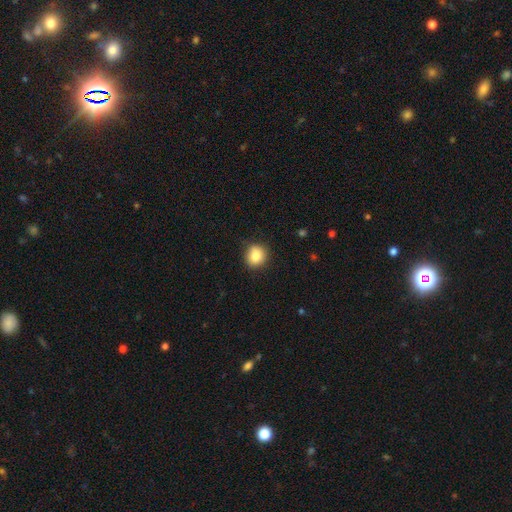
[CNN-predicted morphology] Overall: smooth (84%). How rounded: round (80%). Merging: none (85%).